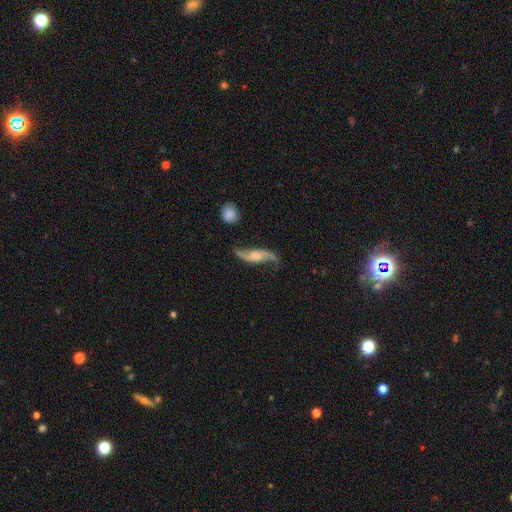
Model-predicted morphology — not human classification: Smooth or featured? Predicted: featured or disk (p=0.84). Edge-on disk? Predicted: no (p=0.89). Bar? Predicted: no (p=0.55). Spiral arms? Predicted: yes (p=0.95). Spiral winding? Predicted: loose (p=0.89). Spiral arm count? Predicted: 2 (p=0.93). Bulge size? Predicted: moderate (p=0.51). Merging? Predicted: none (p=0.70).